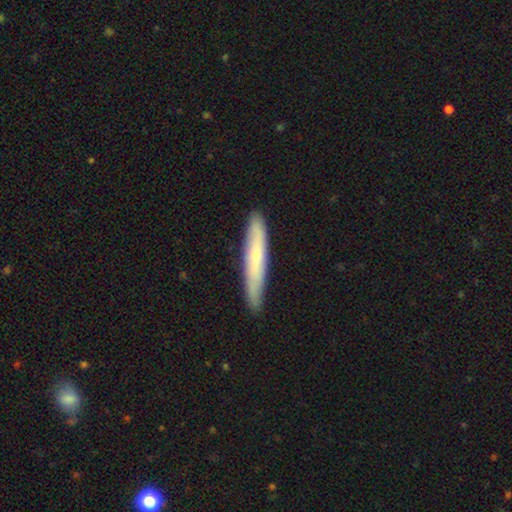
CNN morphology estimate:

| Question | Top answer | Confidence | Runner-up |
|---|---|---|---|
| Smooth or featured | smooth | 57% | featured or disk (37%) |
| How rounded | cigar-shaped | 91% | in between (7%) |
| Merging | none | 84% | minor disturbance (13%) |